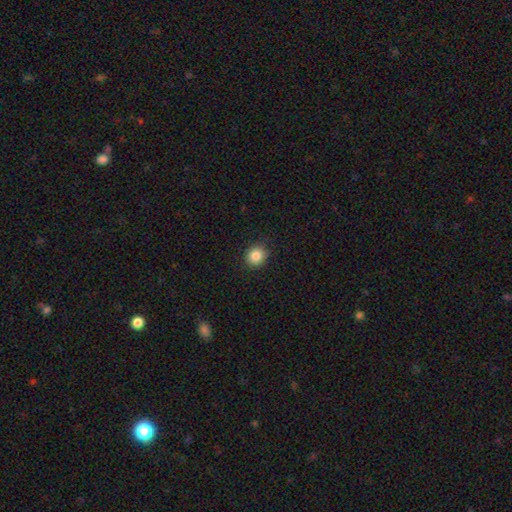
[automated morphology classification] A smooth galaxy with no disk features (86%) that is round (78%).

Vote fractions:
- Smooth or featured? smooth: 86% / star or artifact: 10% / featured or disk: 4%
- How rounded? round: 78% / in between: 21% / cigar-shaped: 1%
- Merging? none: 86% / minor disturbance: 10% / major disturbance: 2% / merger: 1%